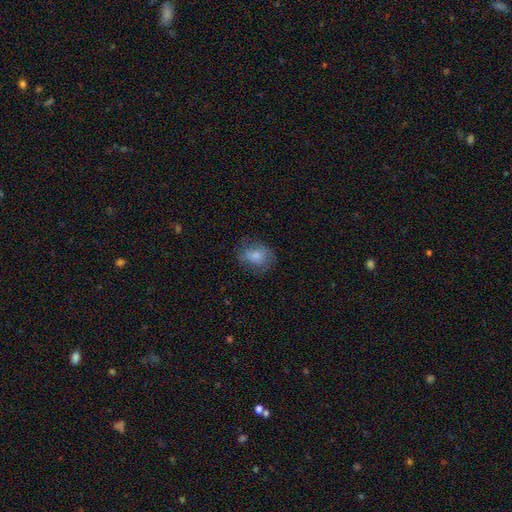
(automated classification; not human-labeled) A smooth galaxy with no disk features (73%) that is round (52%). Merging: none (66%).